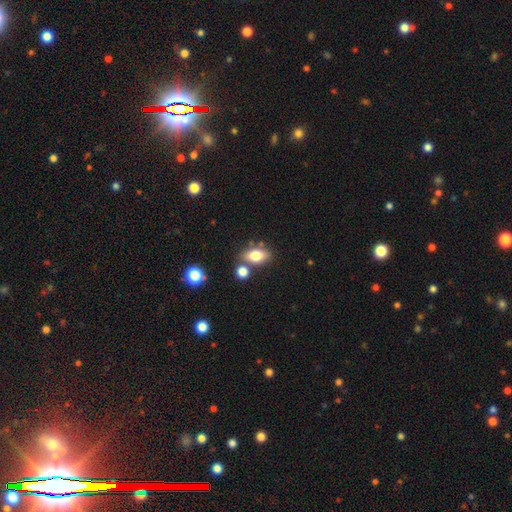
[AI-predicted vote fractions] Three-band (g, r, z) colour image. It shows a smooth galaxy with no disk features (76%) that is in between round and cigar-shaped (82%). Merging: none (68%).